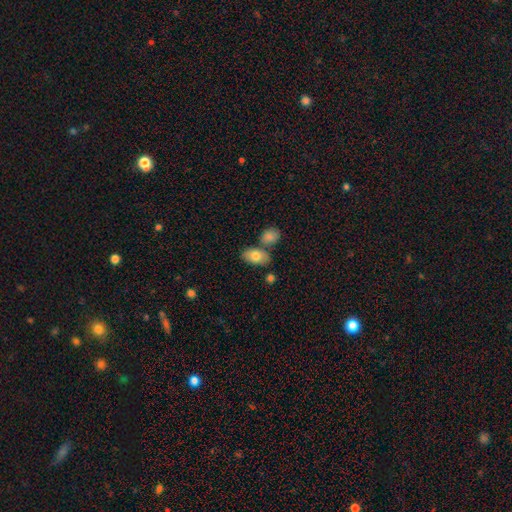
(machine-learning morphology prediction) smooth_or_featured: smooth (p=0.80) [alt: featured or disk p=0.14]
how_rounded: in between (p=0.91) [alt: round p=0.07]
merging: none (p=0.63) [alt: merger p=0.22]